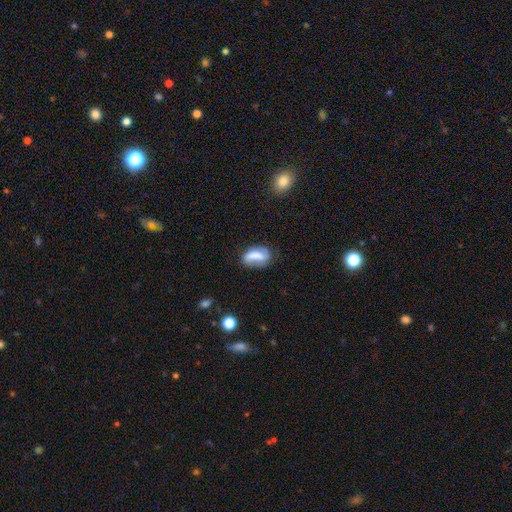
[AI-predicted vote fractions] Overall: smooth (48%; featured or disk 43%). Merging: none (57%; minor disturbance 27%).